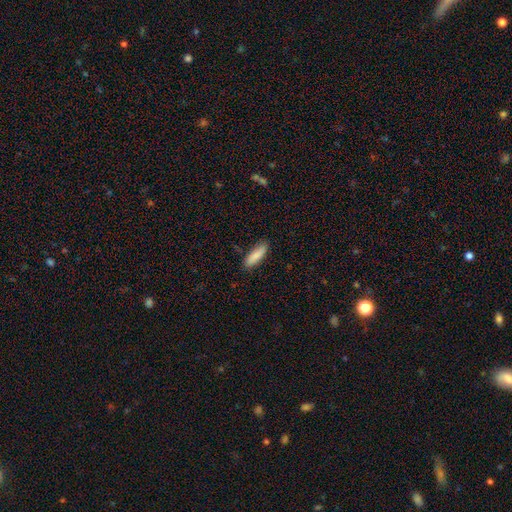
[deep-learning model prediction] Overall: smooth (86%). How rounded: cigar-shaped (53%; in between 46%). Merging: none (85%).